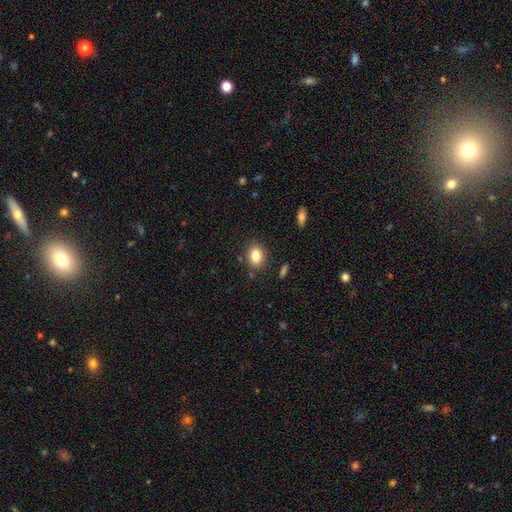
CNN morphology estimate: Smooth or featured? smooth (84%)
How rounded? in between (65%)
Merging? none (84%)